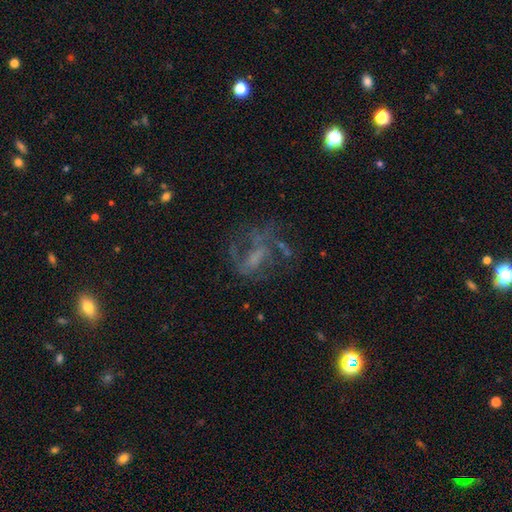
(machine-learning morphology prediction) type=featured or disk (62%); edge-on=no (96%); bar=no (51%); spiral arms=yes (62%); bulge=none (51%); merging=none (46%).